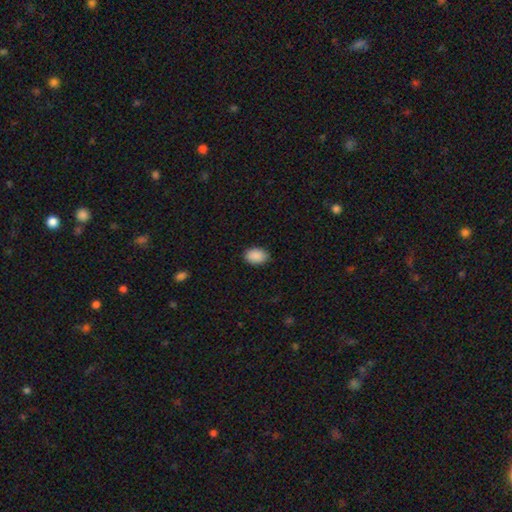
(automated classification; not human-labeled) Smooth or featured? smooth (90%)
How rounded? in between (86%)
Merging? none (88%)